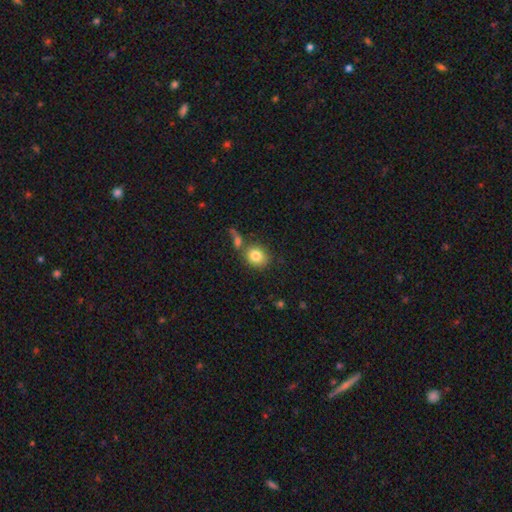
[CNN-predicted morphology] The model was most divided on "how rounded": round: 66%, in between: 33%, cigar-shaped: 1%. More confident: smooth or featured — smooth (82%); merging — none (65%).